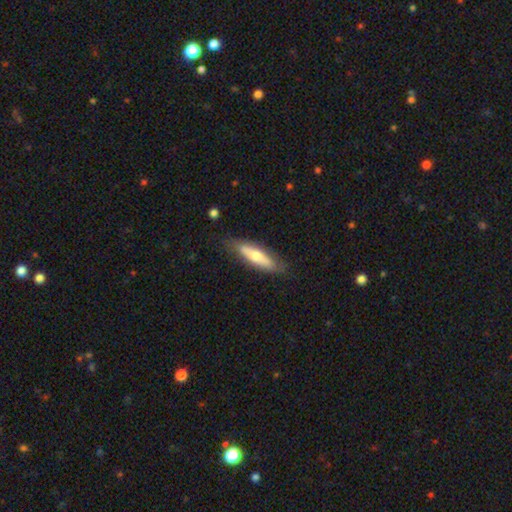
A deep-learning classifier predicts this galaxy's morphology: Q: Smooth or featured?
A: smooth (52%); runner-up: featured or disk (42%)
Q: How rounded?
A: cigar-shaped (68%); runner-up: in between (31%)
Q: Merging?
A: none (79%); runner-up: minor disturbance (16%)